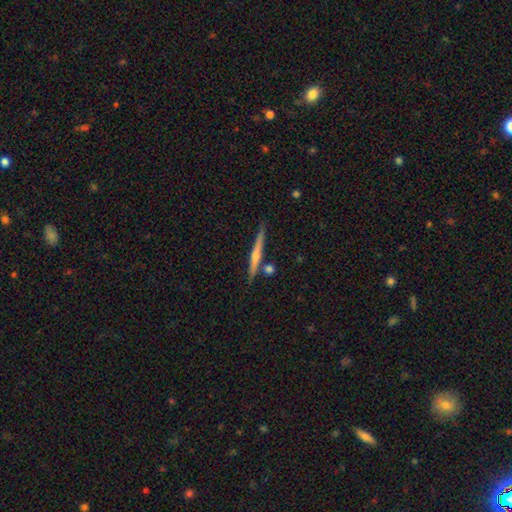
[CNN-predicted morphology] Smooth or featured: featured or disk — 71% (smooth — 23%)
Edge-on disk: yes — 98% (no — 2%)
Edge-on bulge: rounded — 75% (none — 19%)
Merging: none — 86% (minor disturbance — 8%)